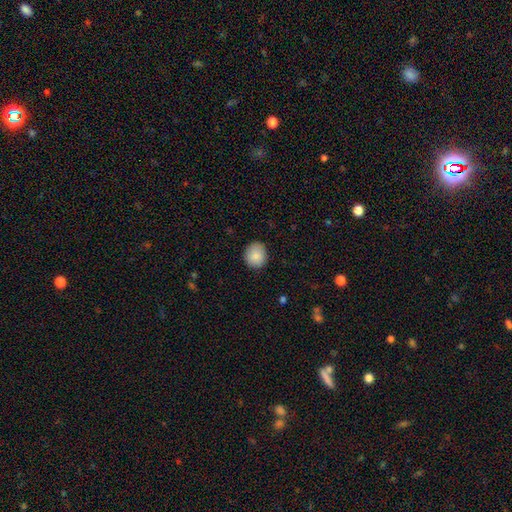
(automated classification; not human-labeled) Smooth or featured: smooth — 88% (star or artifact — 8%)
How rounded: round — 78% (in between — 22%)
Merging: none — 86% (minor disturbance — 11%)